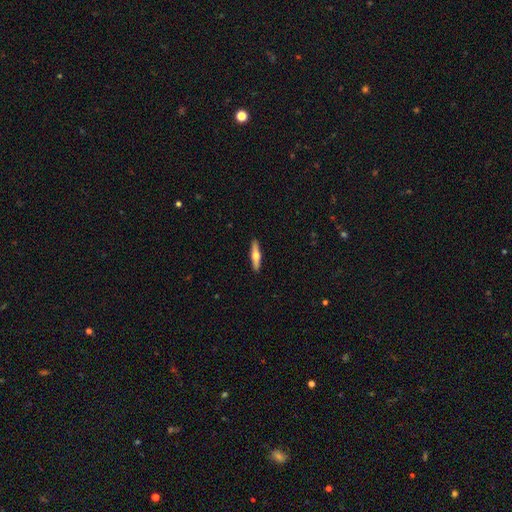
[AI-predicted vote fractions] A featured or disk galaxy (55%) viewed edge-on (94%) with a rounded central bulge (94%). Merging: none (92%).